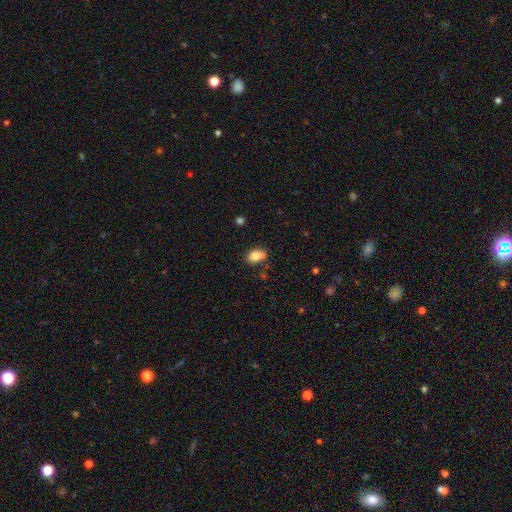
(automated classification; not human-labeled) smooth_or_featured: smooth (p=0.80) [alt: star or artifact p=0.10]
how_rounded: in between (p=0.64) [alt: round p=0.35]
merging: none (p=0.55) [alt: merger p=0.24]